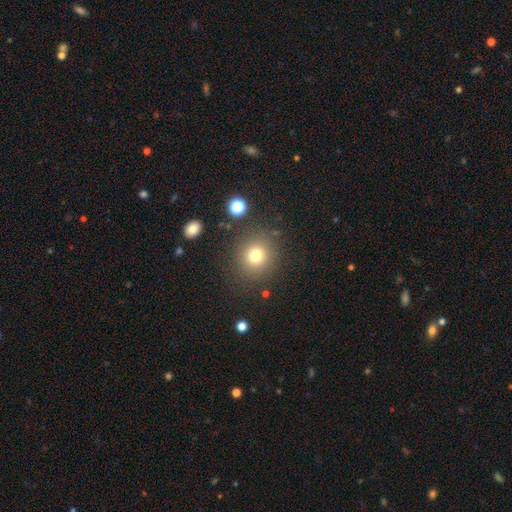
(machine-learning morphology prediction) Q: Smooth or featured?
A: smooth (75%); runner-up: star or artifact (15%)
Q: How rounded?
A: round (90%); runner-up: in between (9%)
Q: Merging?
A: none (85%); runner-up: minor disturbance (8%)